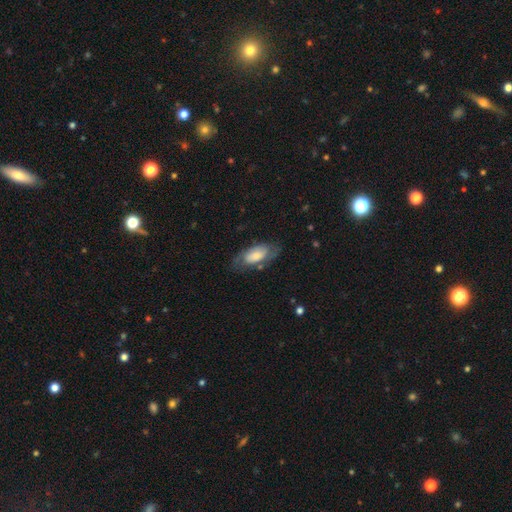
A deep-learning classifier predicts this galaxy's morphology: Q: Smooth or featured?
A: smooth (52%); runner-up: featured or disk (41%)
Q: How rounded?
A: in between (89%); runner-up: cigar-shaped (7%)
Q: Merging?
A: none (63%); runner-up: minor disturbance (23%)